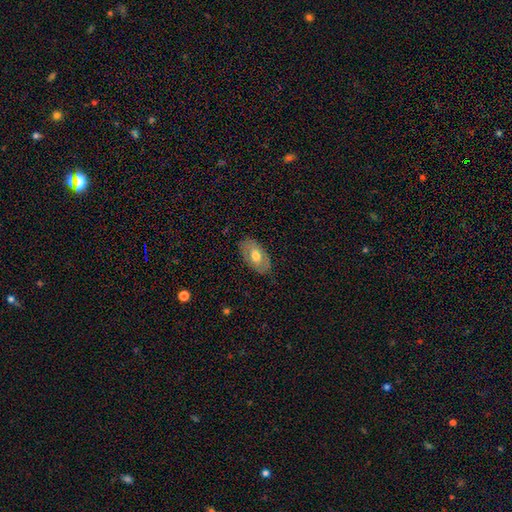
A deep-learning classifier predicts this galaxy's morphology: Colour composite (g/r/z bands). It shows a smooth galaxy with no disk features (53%) that is in between round and cigar-shaped (92%). Merging: none (81%).